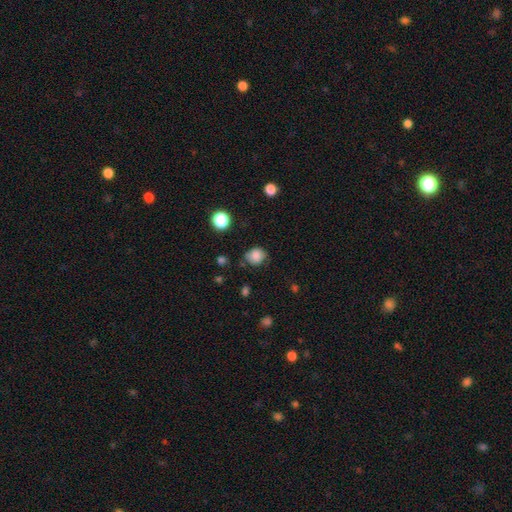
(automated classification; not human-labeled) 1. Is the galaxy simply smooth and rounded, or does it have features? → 81% smooth, 11% star or artifact, 8% featured or disk.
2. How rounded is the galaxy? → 74% round, 25% in between, 1% cigar-shaped.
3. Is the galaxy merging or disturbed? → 68% none, 23% minor disturbance, 7% major disturbance, 2% merger.